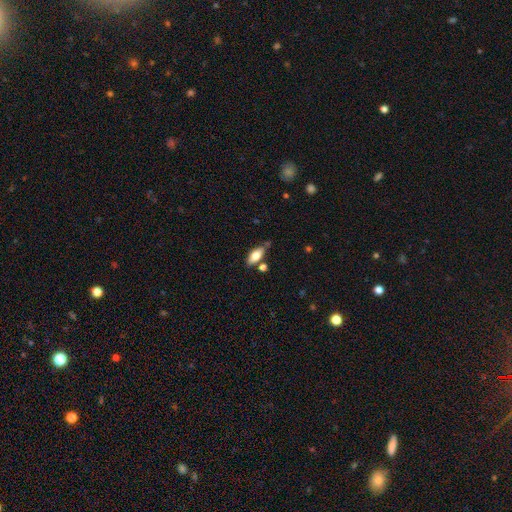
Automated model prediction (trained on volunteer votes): The model was most divided on "merging": none: 70%, minor disturbance: 16%, merger: 10%, major disturbance: 4%. More confident: how rounded — in between (82%); smooth or featured — smooth (73%).